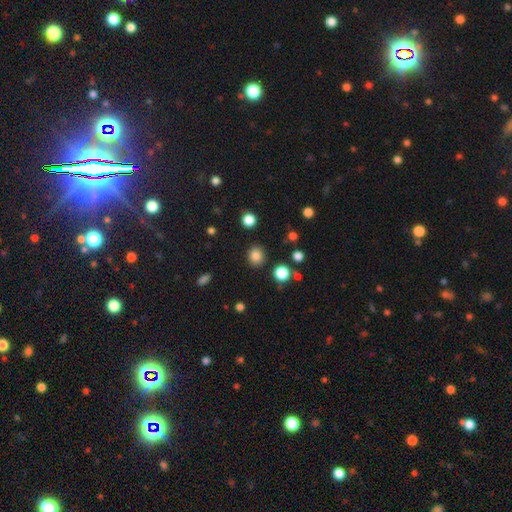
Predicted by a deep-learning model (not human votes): Smooth or featured? smooth (84%)
How rounded? round (80%)
Merging? none (87%)